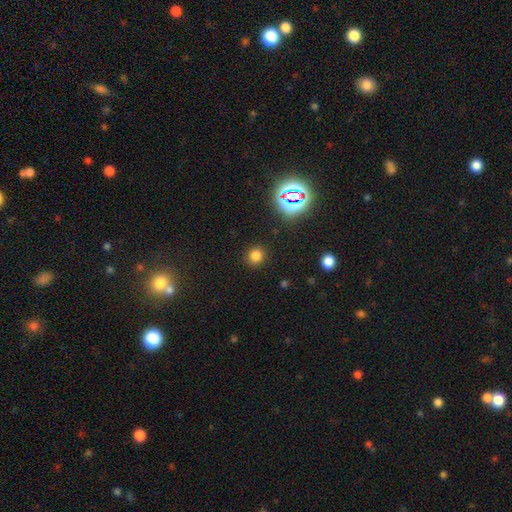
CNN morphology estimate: This appears to be a smooth galaxy with no disk features (77%) that is round (87%). Merging: none (89%).